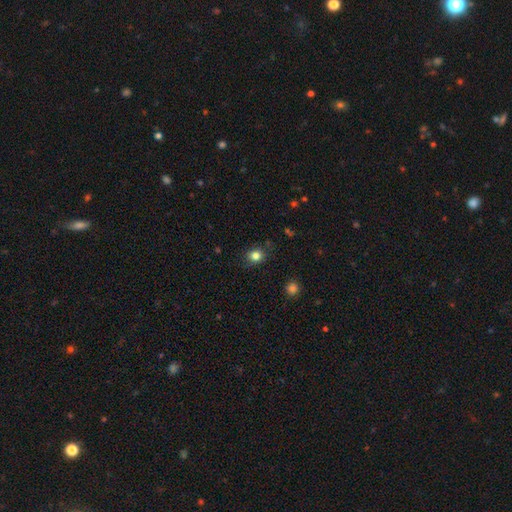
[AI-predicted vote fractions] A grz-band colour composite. It shows a smooth galaxy with no disk features (83%) that is round (65%). Merging: none (83%).